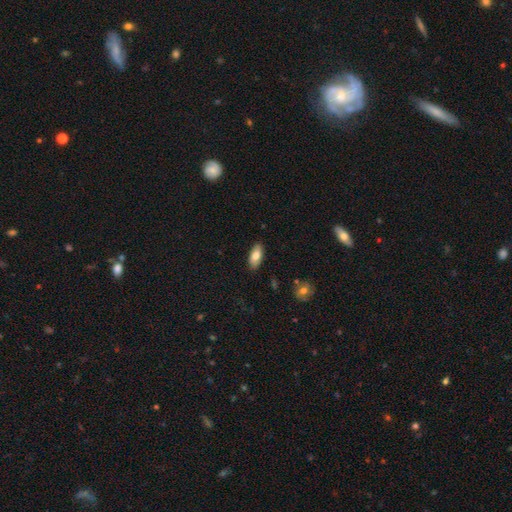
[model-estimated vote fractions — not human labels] A smooth galaxy with no disk features (80%) that is in between round and cigar-shaped (89%).

Vote fractions:
- Smooth or featured? smooth: 80% / featured or disk: 14% / star or artifact: 6%
- How rounded? in between: 89% / cigar-shaped: 9% / round: 2%
- Merging? none: 87% / minor disturbance: 10% / major disturbance: 2% / merger: 1%